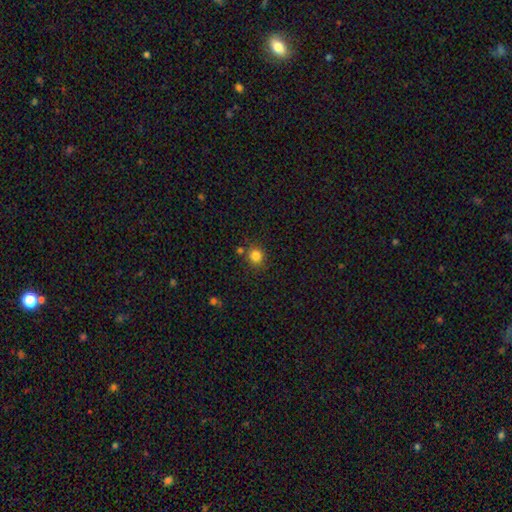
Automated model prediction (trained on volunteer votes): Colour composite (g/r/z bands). It shows a smooth galaxy with no disk features (83%) that is round (88%). Merging: none (79%).